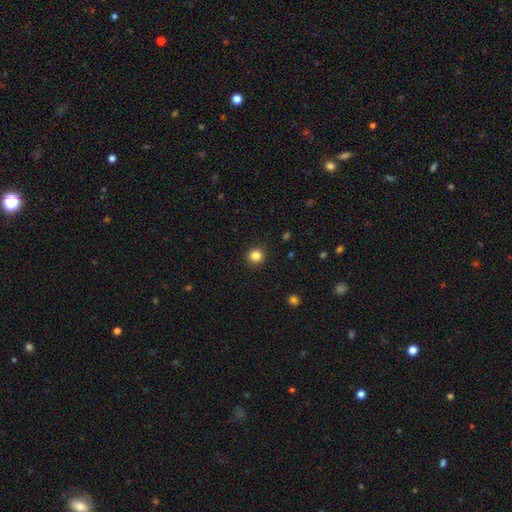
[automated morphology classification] Smooth or featured? smooth (84%)
How rounded? round (93%)
Merging? none (92%)